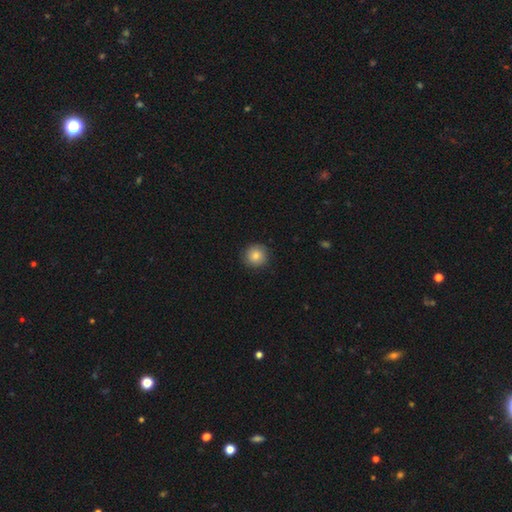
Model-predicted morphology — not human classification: smooth 81%, featured or disk 10%, star or artifact 9%. Down the decision tree: how rounded — round (93%); merging — none (88%).